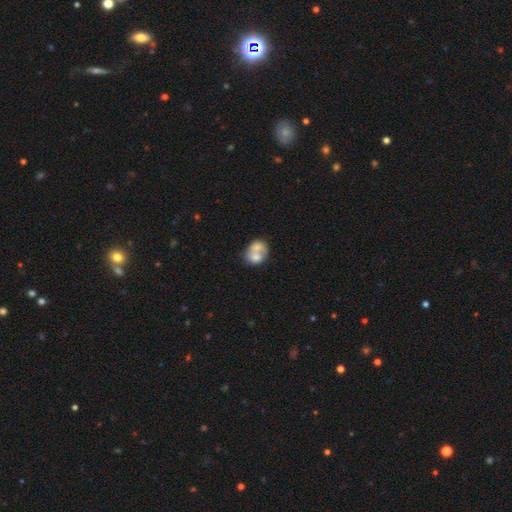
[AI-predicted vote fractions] Smooth or featured?
  - smooth: 64% *
  - featured or disk: 29%
  - star or artifact: 7%
How rounded?
  - round: 50% *
  - in between: 49%
  - cigar-shaped: 1%
Merging?
  - merger: 68% *
  - none: 19%
  - minor disturbance: 7%
  - major disturbance: 6%